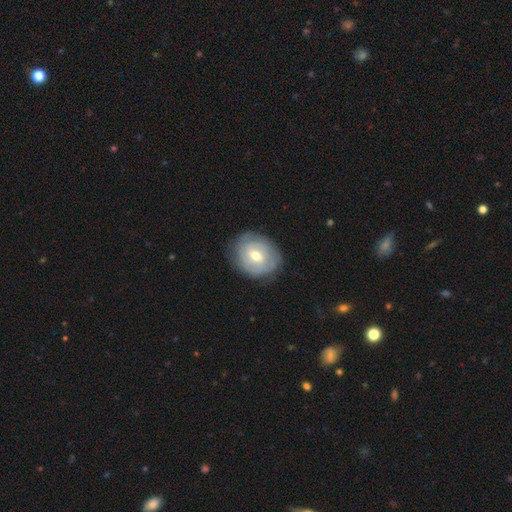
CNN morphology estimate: smooth-or-featured: featured or disk: 50% | smooth: 43% | star or artifact: 7%
  merging: none: 77% | minor disturbance: 17% | major disturbance: 5% | merger: 1%